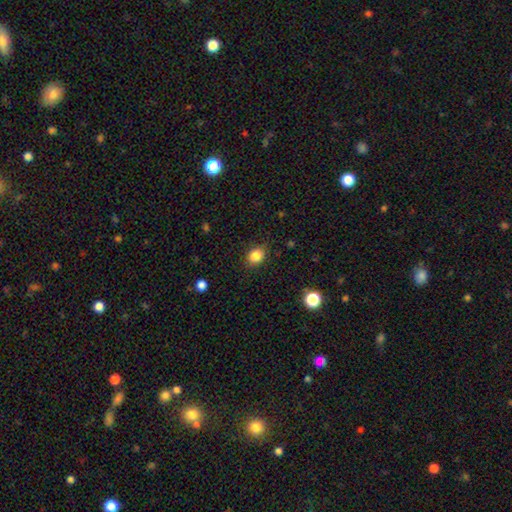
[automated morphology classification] smooth 85%, star or artifact 10%, featured or disk 5%. Down the decision tree: how rounded — round (51%); merging — none (85%).